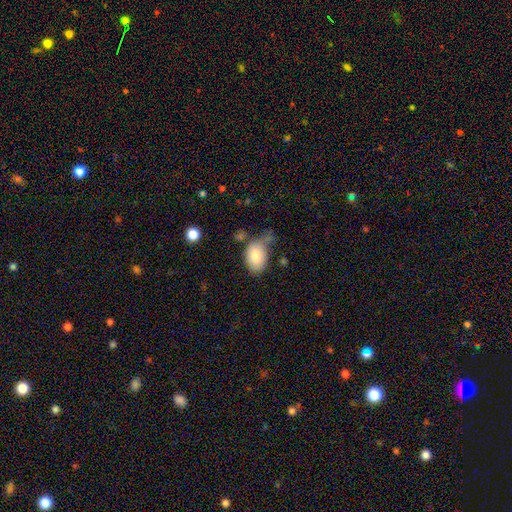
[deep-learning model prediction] smooth 83%, featured or disk 9%, star or artifact 7%. Down the decision tree: how rounded — in between (86%); merging — none (37%).